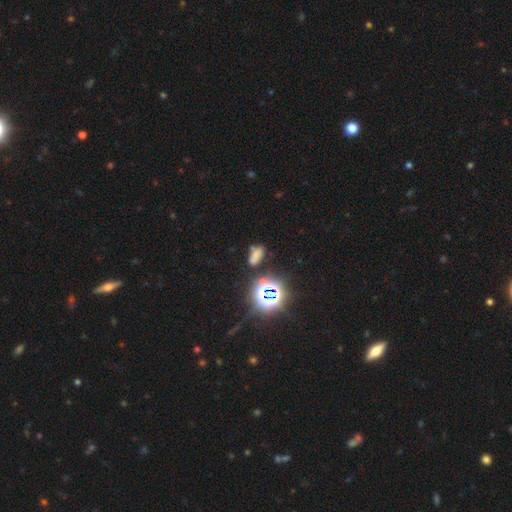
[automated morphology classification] A smooth galaxy with no disk features (59%) that is in between round and cigar-shaped (80%).

Vote fractions:
- Smooth or featured? smooth: 59% / star or artifact: 32% / featured or disk: 9%
- How rounded? in between: 80% / cigar-shaped: 12% / round: 8%
- Merging? none: 67% / minor disturbance: 17% / merger: 10% / major disturbance: 7%